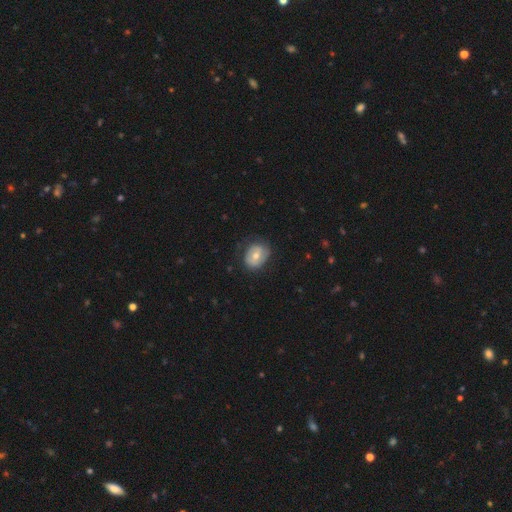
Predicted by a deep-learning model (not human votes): smooth-or-featured: smooth: 53% | featured or disk: 40% | star or artifact: 7%
  how-rounded: round: 50% | in between: 49% | cigar-shaped: 1%
  merging: none: 68% | minor disturbance: 23% | major disturbance: 8% | merger: 1%